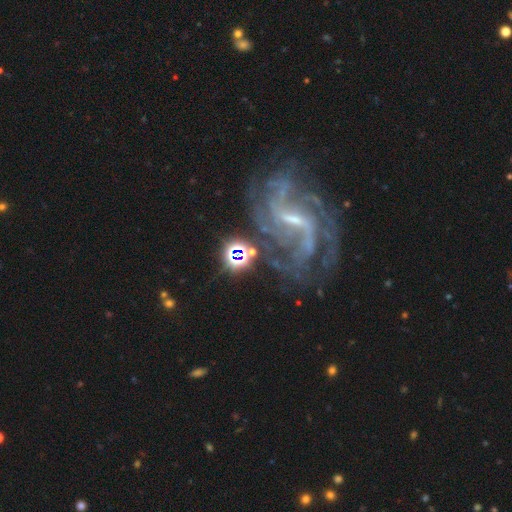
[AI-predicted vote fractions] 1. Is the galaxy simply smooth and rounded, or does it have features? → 85% featured or disk, 10% star or artifact, 5% smooth.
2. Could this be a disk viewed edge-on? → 97% no, 3% yes.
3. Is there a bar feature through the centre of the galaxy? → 47% weak, 36% strong, 17% no.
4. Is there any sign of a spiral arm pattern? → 96% yes, 4% no.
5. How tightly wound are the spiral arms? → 44% medium, 31% loose, 25% tight.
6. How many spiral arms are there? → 36% 2, 19% can't tell, 16% 3, 13% 4, 9% more than 4, 8% 1.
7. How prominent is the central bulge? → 72% small, 17% moderate, 8% none, 2% large, 1% dominant.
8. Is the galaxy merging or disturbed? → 60% none, 16% minor disturbance, 15% major disturbance, 9% merger.